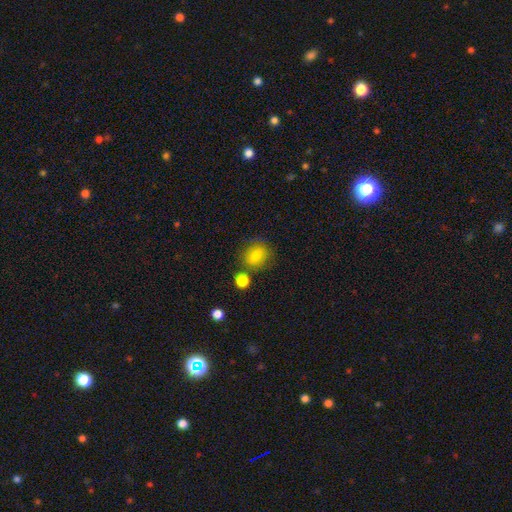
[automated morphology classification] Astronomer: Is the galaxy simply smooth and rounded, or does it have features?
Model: smooth — 80%.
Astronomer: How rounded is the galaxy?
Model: round — 65%.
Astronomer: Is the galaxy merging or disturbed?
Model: none — 71%.